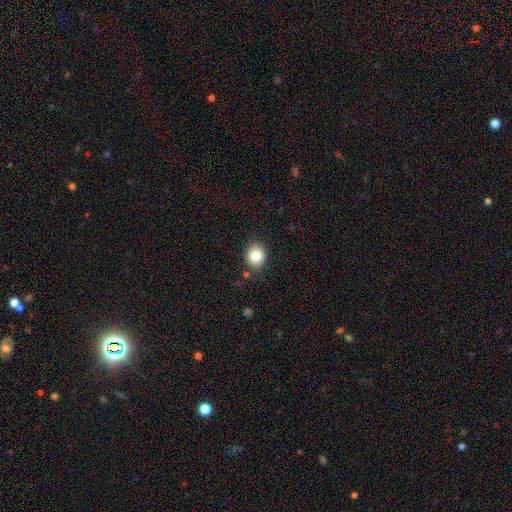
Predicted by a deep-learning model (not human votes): A smooth galaxy with no disk features (82%) that is round (57%).

Vote fractions:
- Smooth or featured? smooth: 82% / star or artifact: 10% / featured or disk: 8%
- How rounded? round: 57% / in between: 42% / cigar-shaped: 1%
- Merging? none: 84% / minor disturbance: 11% / major disturbance: 3% / merger: 2%